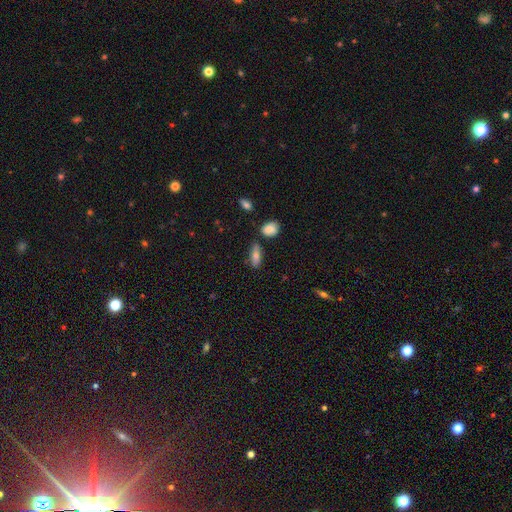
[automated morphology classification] This appears to be a smooth galaxy with no disk features (72%) that is in between round and cigar-shaped (68%). Merging: none (77%).